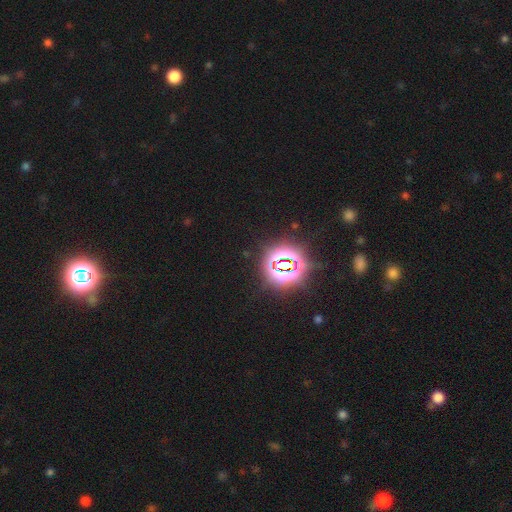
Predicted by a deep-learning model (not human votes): Morphology: type=star or artifact (81%).